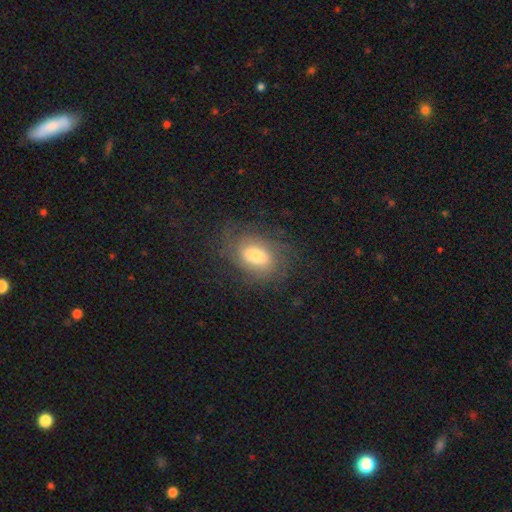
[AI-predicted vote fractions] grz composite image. It shows a smooth galaxy with no disk features (50%) that is in between round and cigar-shaped (85%). Merging: none (69%).